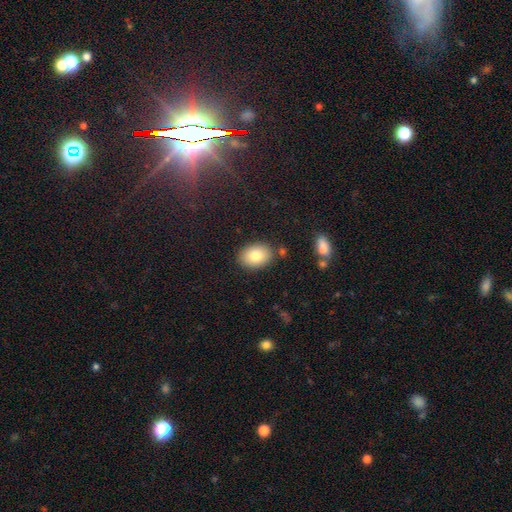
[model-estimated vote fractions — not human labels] smooth-or-featured: smooth: 81% | featured or disk: 11% | star or artifact: 8%
  how-rounded: in between: 79% | round: 19% | cigar-shaped: 1%
  merging: none: 85% | minor disturbance: 10% | merger: 3% | major disturbance: 2%